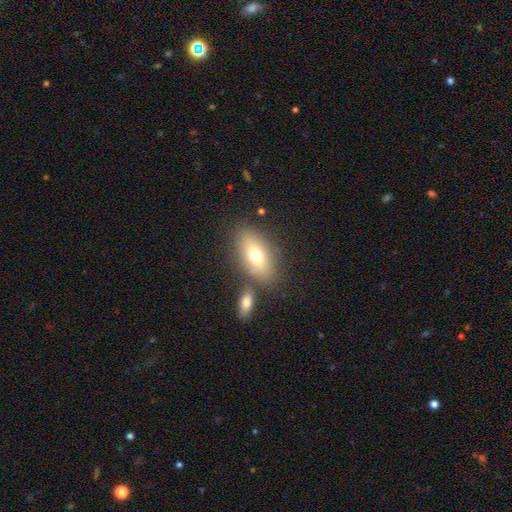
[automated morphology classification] type=smooth (69%); roundness=in between (85%); merging=none (71%).